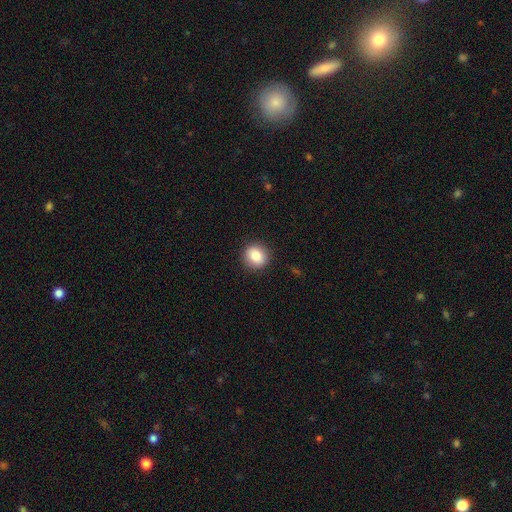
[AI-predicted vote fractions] A smooth galaxy with no disk features (84%) that is round (88%). Merging: none (90%).